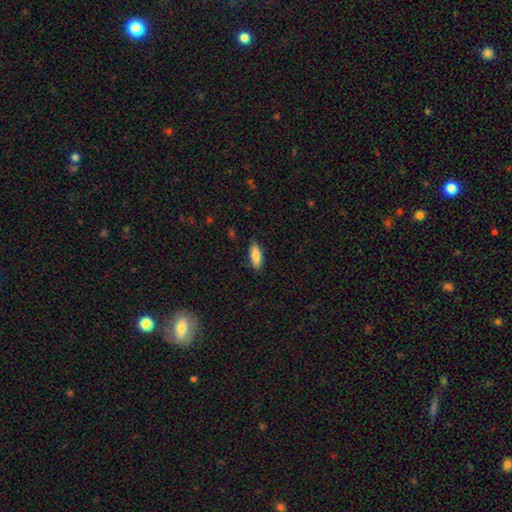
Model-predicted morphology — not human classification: smooth-or-featured: smooth: 85% | featured or disk: 9% | star or artifact: 6%
  how-rounded: in between: 64% | cigar-shaped: 34% | round: 2%
  merging: none: 86% | minor disturbance: 11% | major disturbance: 2% | merger: 1%